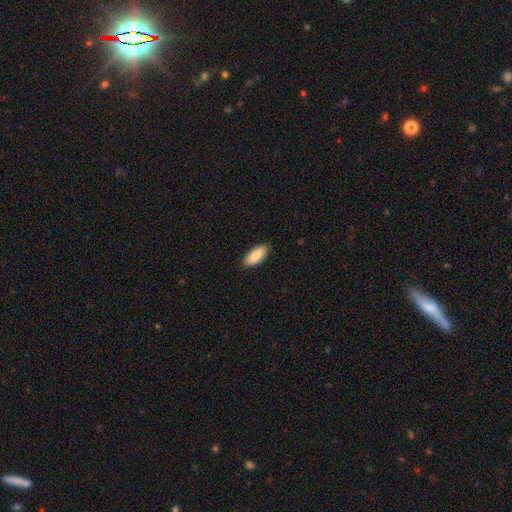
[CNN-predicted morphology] Smooth or featured: smooth — 89% (featured or disk — 6%)
How rounded: in between — 87% (cigar-shaped — 11%)
Merging: none — 88% (minor disturbance — 10%)